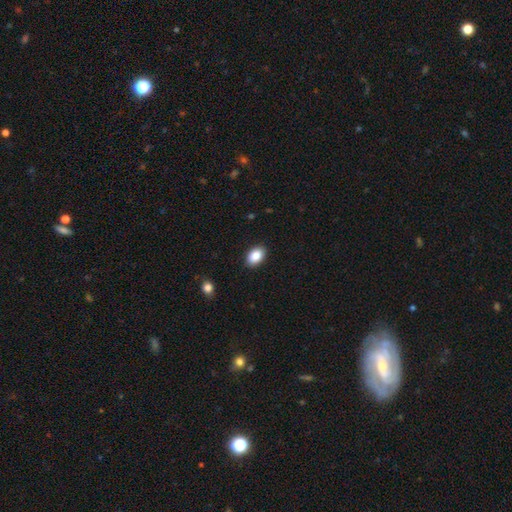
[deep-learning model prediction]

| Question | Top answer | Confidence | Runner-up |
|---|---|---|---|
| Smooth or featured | smooth | 87% | star or artifact (7%) |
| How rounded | in between | 88% | round (11%) |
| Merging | none | 89% | minor disturbance (8%) |